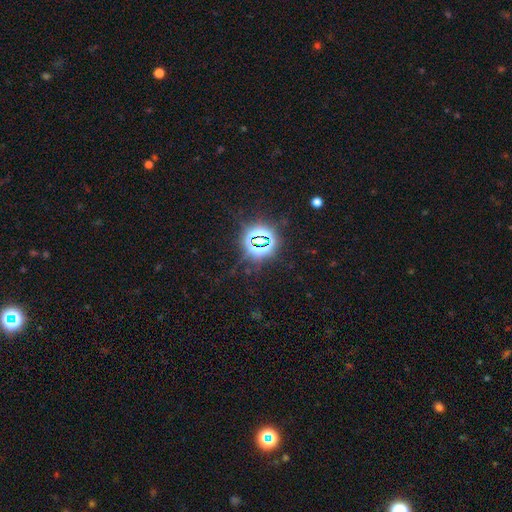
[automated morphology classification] smooth-or-featured: star or artifact: 82% | smooth: 11% | featured or disk: 7%